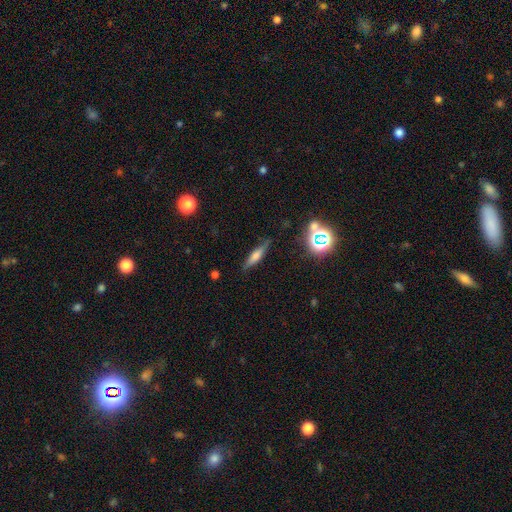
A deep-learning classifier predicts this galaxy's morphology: Q: Smooth or featured?
A: smooth (47%); runner-up: featured or disk (42%)
Q: Merging?
A: none (80%); runner-up: minor disturbance (15%)